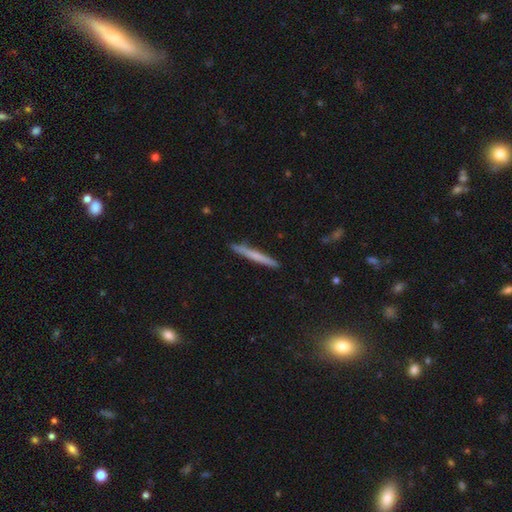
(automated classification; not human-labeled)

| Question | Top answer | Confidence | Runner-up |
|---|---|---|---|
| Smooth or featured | smooth | 55% | featured or disk (39%) |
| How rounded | cigar-shaped | 97% | in between (2%) |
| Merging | none | 91% | minor disturbance (6%) |